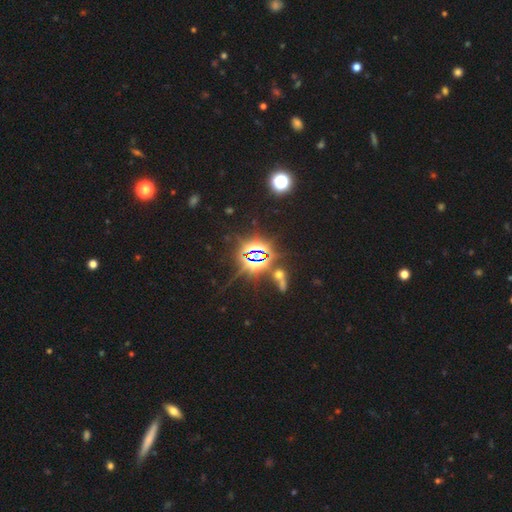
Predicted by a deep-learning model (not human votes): Q: Smooth or featured?
A: star or artifact (81%); runner-up: smooth (11%)